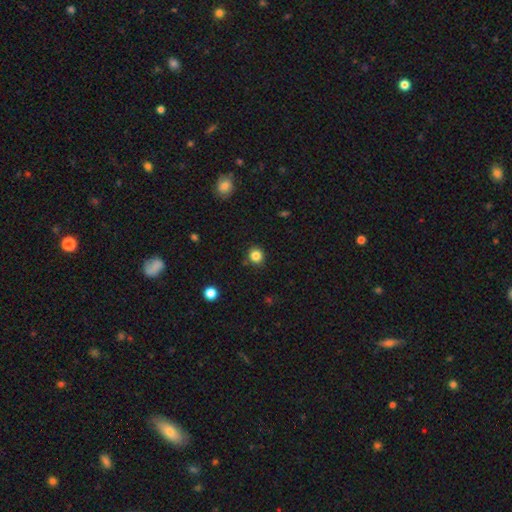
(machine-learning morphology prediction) A smooth galaxy with no disk features (83%) that is round (86%). Merging: none (87%).